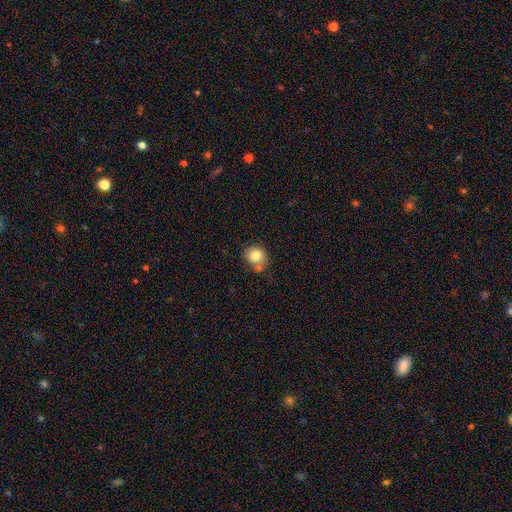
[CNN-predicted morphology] A smooth galaxy with no disk features (80%) that is round (74%).

Vote fractions:
- Smooth or featured? smooth: 80% / featured or disk: 10% / star or artifact: 9%
- How rounded? round: 74% / in between: 25% / cigar-shaped: 1%
- Merging? none: 59% / minor disturbance: 19% / merger: 18% / major disturbance: 5%